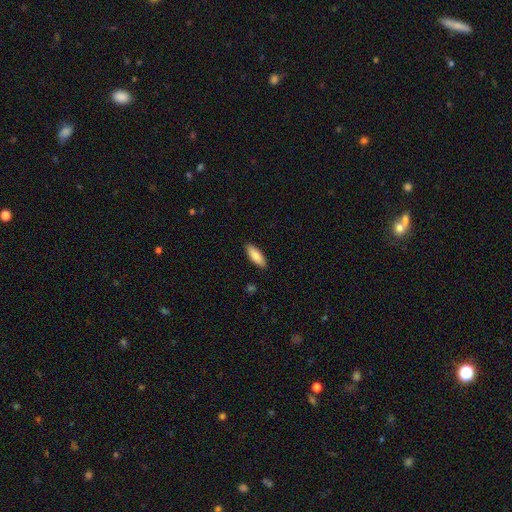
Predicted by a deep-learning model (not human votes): Smooth or featured? Predicted: smooth (p=0.88). How rounded? Predicted: in between (p=0.68). Merging? Predicted: none (p=0.89).